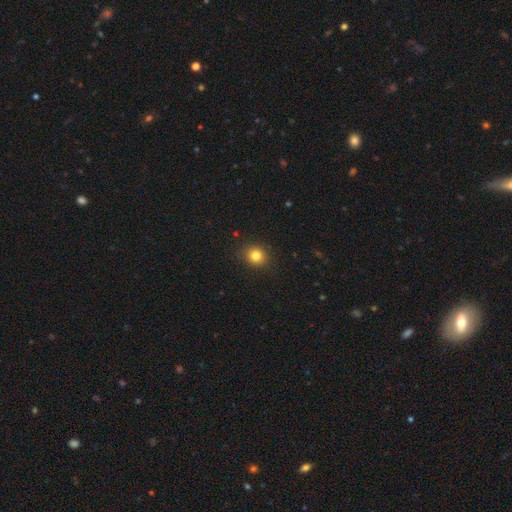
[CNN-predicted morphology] Overall: smooth (81%). How rounded: round (80%). Merging: none (89%).